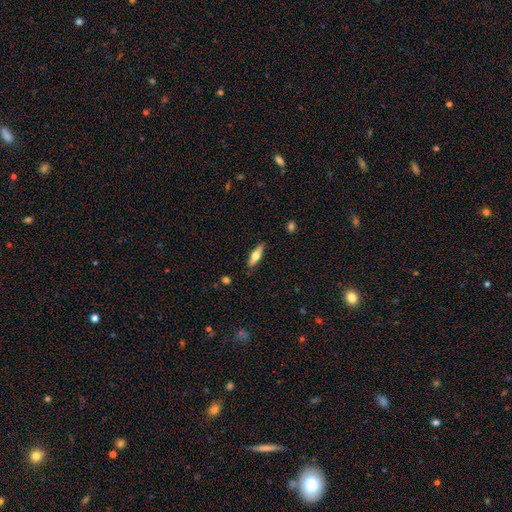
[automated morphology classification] The model was most divided on "how rounded": cigar-shaped: 56%, in between: 42%, round: 2%. More confident: merging — none (88%); smooth or featured — smooth (59%).